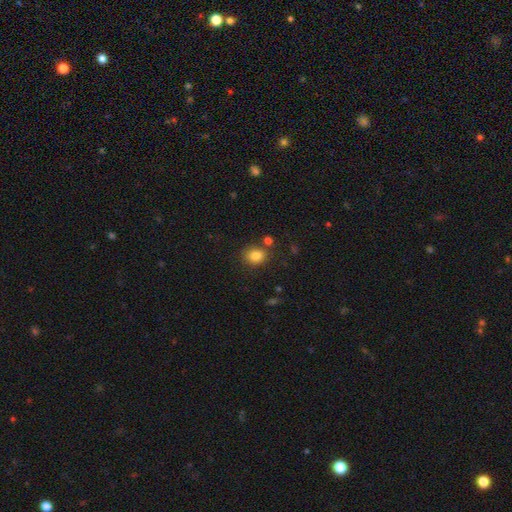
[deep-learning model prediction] Q: Smooth or featured?
A: smooth (83%); runner-up: star or artifact (11%)
Q: How rounded?
A: round (62%); runner-up: in between (37%)
Q: Merging?
A: none (76%); runner-up: minor disturbance (12%)